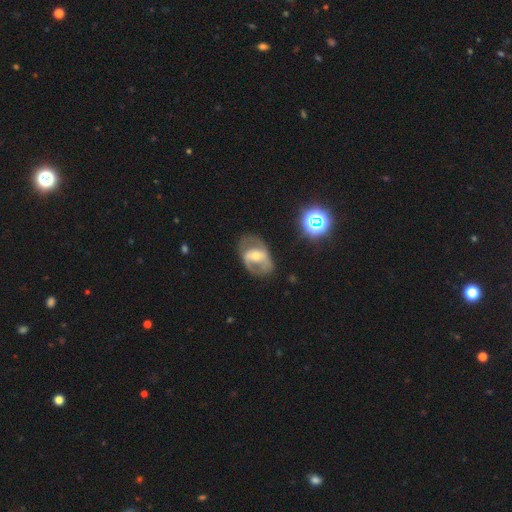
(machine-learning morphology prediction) Q: Smooth or featured?
A: featured or disk (74%); runner-up: smooth (18%)
Q: Edge-on disk?
A: no (95%); runner-up: yes (5%)
Q: Bar?
A: weak (38%); runner-up: strong (33%)
Q: Spiral arms?
A: yes (78%); runner-up: no (22%)
Q: Spiral winding?
A: medium (47%); runner-up: loose (31%)
Q: Spiral arm count?
A: 2 (77%); runner-up: can't tell (13%)
Q: Bulge size?
A: moderate (53%); runner-up: small (40%)
Q: Merging?
A: none (62%); runner-up: minor disturbance (20%)